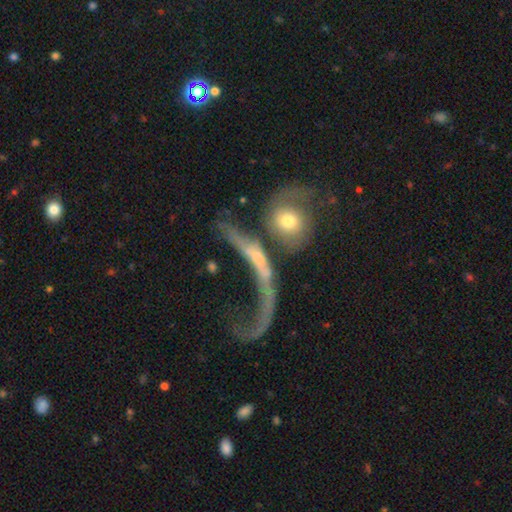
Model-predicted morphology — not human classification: Q: Smooth or featured?
A: featured or disk (61%); runner-up: smooth (29%)
Q: Edge-on disk?
A: no (74%); runner-up: yes (26%)
Q: Merging?
A: merger (42%); runner-up: major disturbance (32%)